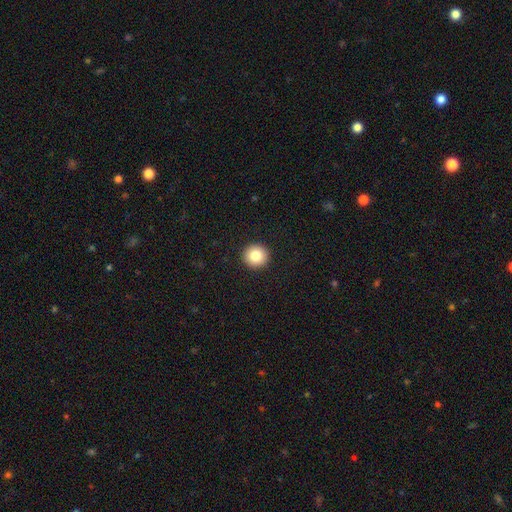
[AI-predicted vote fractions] This appears to be a smooth galaxy with no disk features (84%) that is round (95%). Merging: none (94%).